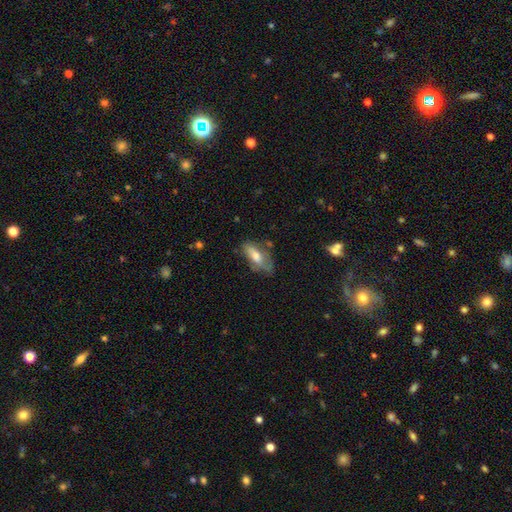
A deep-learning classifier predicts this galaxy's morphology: Smooth or featured: smooth — 60% (featured or disk — 33%)
How rounded: in between — 75% (cigar-shaped — 22%)
Merging: none — 51% (minor disturbance — 31%)